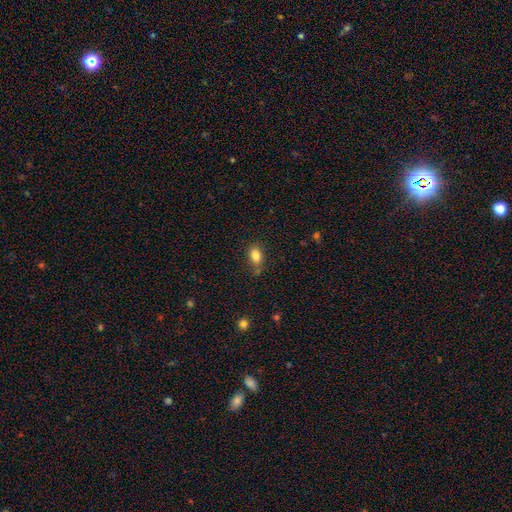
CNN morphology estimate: Smooth or featured?
  - smooth: 83% *
  - star or artifact: 10%
  - featured or disk: 7%
How rounded?
  - in between: 81% *
  - round: 17%
  - cigar-shaped: 2%
Merging?
  - none: 73% *
  - minor disturbance: 16%
  - merger: 7%
  - major disturbance: 4%